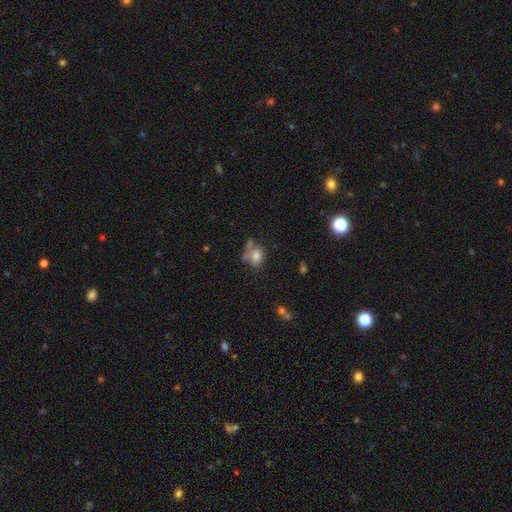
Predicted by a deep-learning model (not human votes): This is likely a smooth galaxy (75%). How rounded: possibly round (54%). Merging: possibly none (48%).